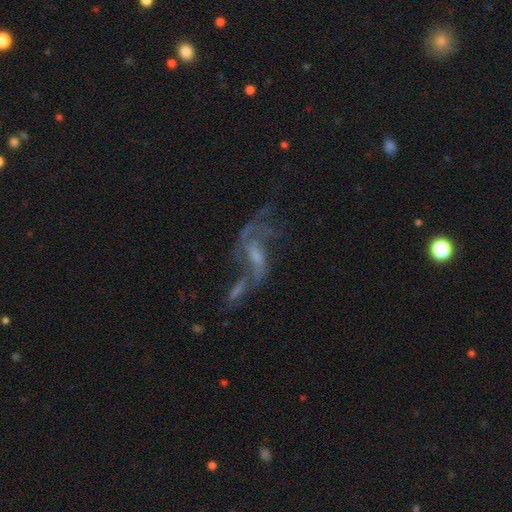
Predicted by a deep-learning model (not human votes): Smooth or featured?
  - featured or disk: 76% *
  - star or artifact: 12%
  - smooth: 12%
Edge-on disk?
  - no: 92% *
  - yes: 8%
Bar?
  - no: 45% *
  - weak: 41%
  - strong: 14%
Spiral arms?
  - yes: 74% *
  - no: 26%
Spiral winding?
  - loose: 68% *
  - medium: 24%
  - tight: 8%
Spiral arm count?
  - 2: 59% *
  - can't tell: 20%
  - 1: 8%
  - 3: 6%
  - 4: 3%
  - more than 4: 3%
Bulge size?
  - small: 43% *
  - moderate: 31%
  - none: 21%
  - large: 4%
  - dominant: 1%
Merging?
  - merger: 32% *
  - major disturbance: 29%
  - none: 27%
  - minor disturbance: 12%